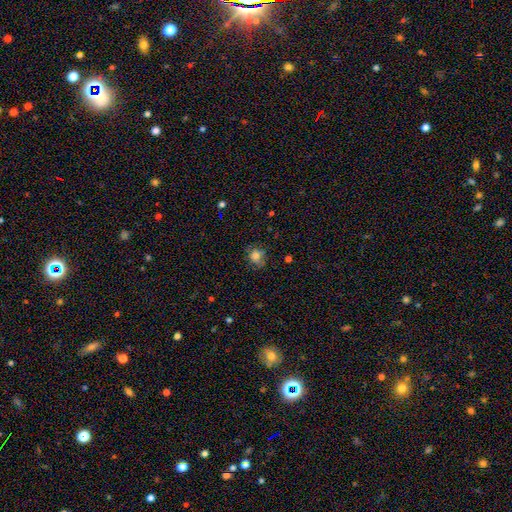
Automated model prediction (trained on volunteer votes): Smooth or featured? Predicted: smooth (p=0.75). How rounded? Predicted: round (p=0.73). Merging? Predicted: none (p=0.69).